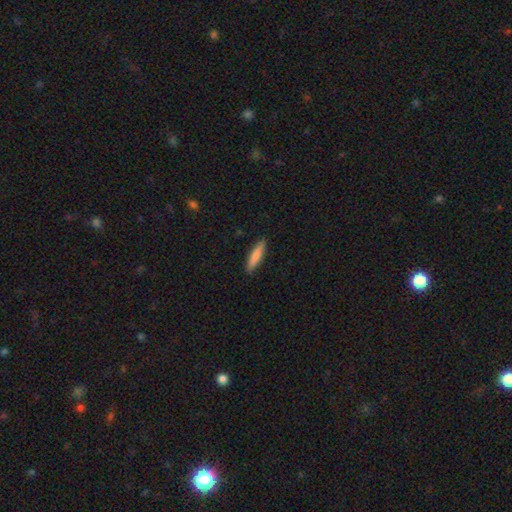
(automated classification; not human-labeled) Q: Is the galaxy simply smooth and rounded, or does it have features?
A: smooth — 81%.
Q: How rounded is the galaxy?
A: cigar-shaped — 82%.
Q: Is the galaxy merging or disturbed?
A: none — 89%.